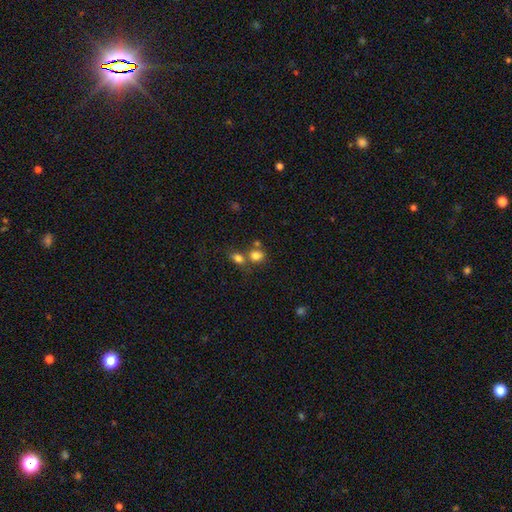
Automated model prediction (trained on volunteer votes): Q: Smooth or featured?
A: smooth (79%); runner-up: star or artifact (13%)
Q: How rounded?
A: round (58%); runner-up: in between (41%)
Q: Merging?
A: none (44%); runner-up: merger (42%)